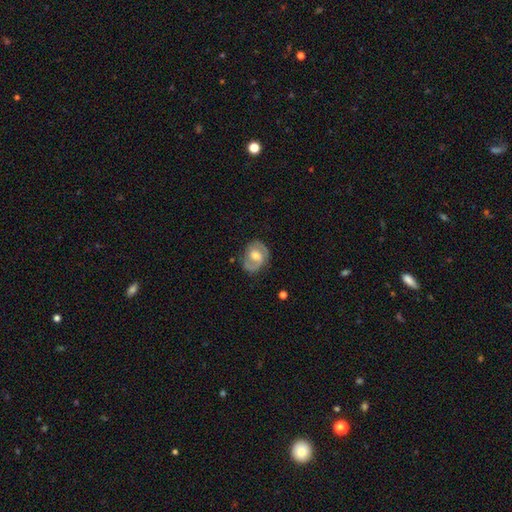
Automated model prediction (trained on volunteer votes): Q: Smooth or featured?
A: featured or disk (76%); runner-up: smooth (18%)
Q: Edge-on disk?
A: no (97%); runner-up: yes (3%)
Q: Bar?
A: no (46%); runner-up: weak (43%)
Q: Spiral arms?
A: yes (89%); runner-up: no (11%)
Q: Spiral winding?
A: medium (44%); runner-up: tight (42%)
Q: Spiral arm count?
A: 2 (79%); runner-up: 1 (10%)
Q: Bulge size?
A: moderate (64%); runner-up: small (20%)
Q: Merging?
A: none (74%); runner-up: minor disturbance (18%)